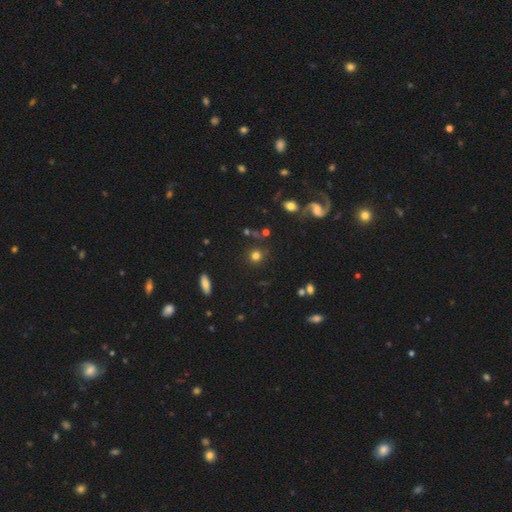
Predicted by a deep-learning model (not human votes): Morphology: type=smooth (75%); roundness=round (90%); merging=none (82%).